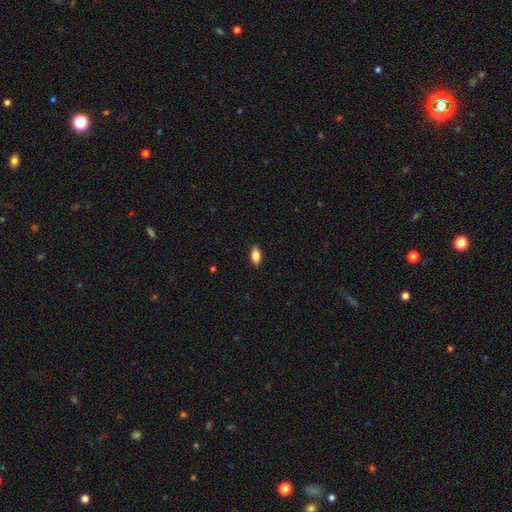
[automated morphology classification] smooth 81%, featured or disk 12%, star or artifact 7%. Down the decision tree: how rounded — in between (87%); merging — none (89%).